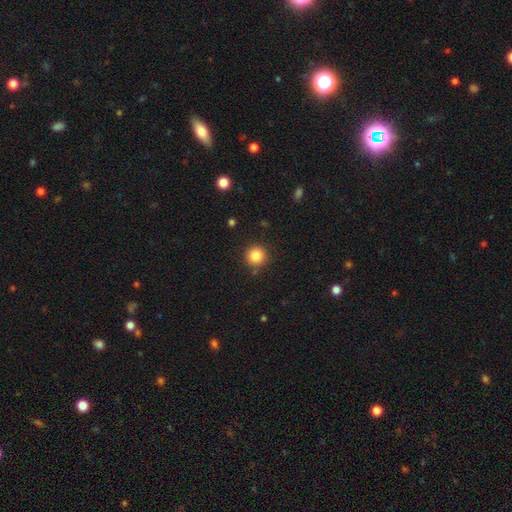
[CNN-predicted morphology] This is clearly a smooth galaxy (85%). How rounded: clearly round (95%). Merging: clearly none (89%).